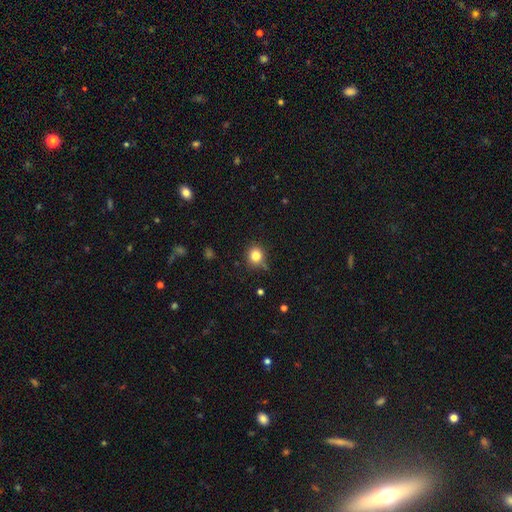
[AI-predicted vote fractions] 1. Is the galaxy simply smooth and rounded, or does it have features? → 81% smooth, 12% star or artifact, 6% featured or disk.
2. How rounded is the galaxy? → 85% round, 14% in between, 1% cigar-shaped.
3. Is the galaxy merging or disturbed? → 81% none, 13% minor disturbance, 3% major disturbance, 3% merger.